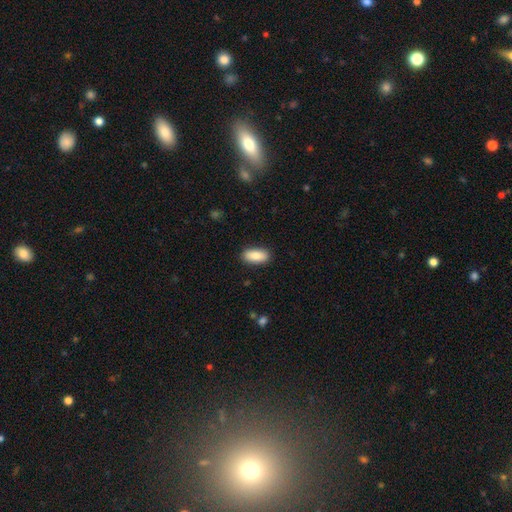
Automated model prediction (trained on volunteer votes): Morphology: type=smooth (87%); roundness=in between (88%); merging=none (89%).